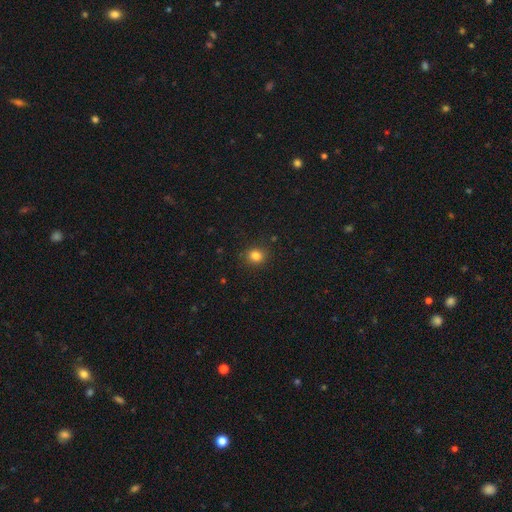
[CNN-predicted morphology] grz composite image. It shows a smooth galaxy with no disk features (82%) that is round (74%). Merging: none (88%).